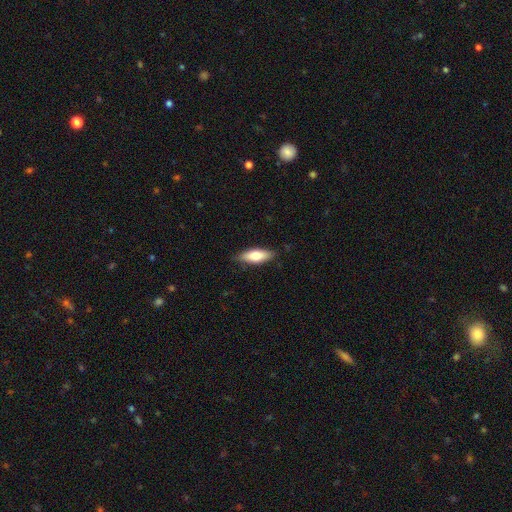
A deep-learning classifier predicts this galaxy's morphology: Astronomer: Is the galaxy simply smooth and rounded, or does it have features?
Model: smooth — 73%.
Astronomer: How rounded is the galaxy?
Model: in between — 66%.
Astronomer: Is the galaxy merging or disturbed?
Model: none — 82%.